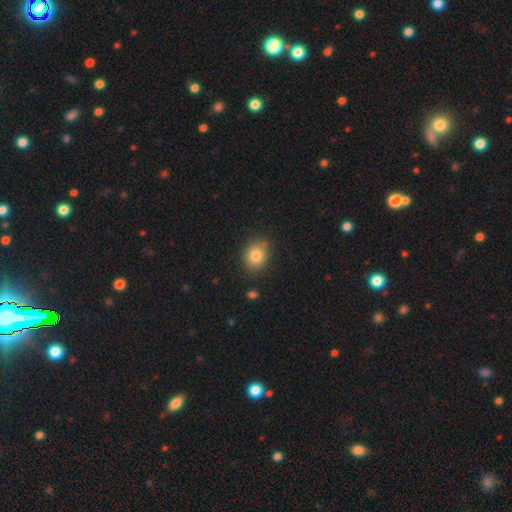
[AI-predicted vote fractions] smooth_or_featured: smooth (p=0.82) [alt: star or artifact p=0.10]
how_rounded: round (p=0.62) [alt: in between p=0.37]
merging: none (p=0.80) [alt: minor disturbance p=0.15]